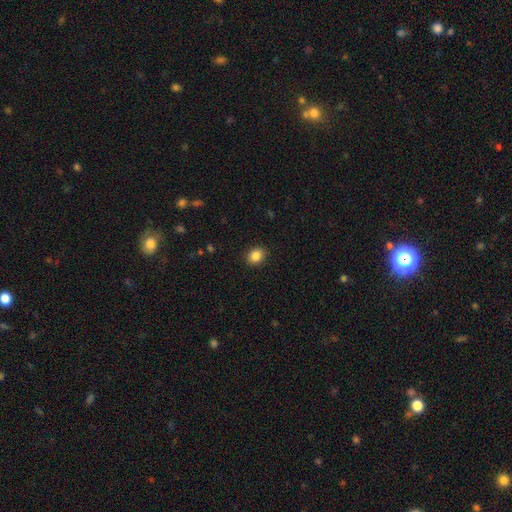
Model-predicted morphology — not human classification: smooth_or_featured: smooth (p=0.86) [alt: star or artifact p=0.10]
how_rounded: round (p=0.59) [alt: in between p=0.40]
merging: none (p=0.90) [alt: minor disturbance p=0.07]